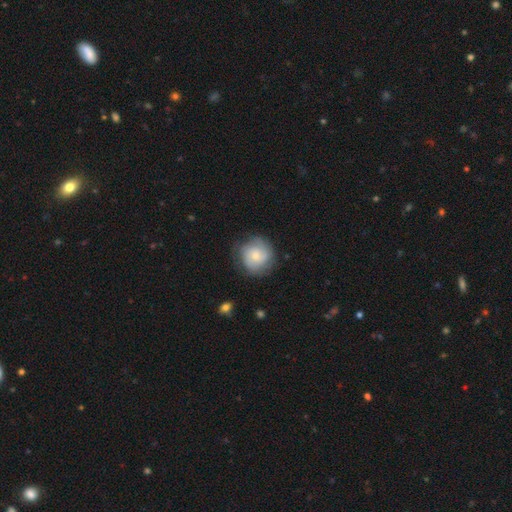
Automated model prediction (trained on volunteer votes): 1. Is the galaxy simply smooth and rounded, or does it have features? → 55% smooth, 38% featured or disk, 7% star or artifact.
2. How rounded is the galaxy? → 90% round, 9% in between, 1% cigar-shaped.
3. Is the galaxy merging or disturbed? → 74% none, 18% minor disturbance, 6% major disturbance, 1% merger.